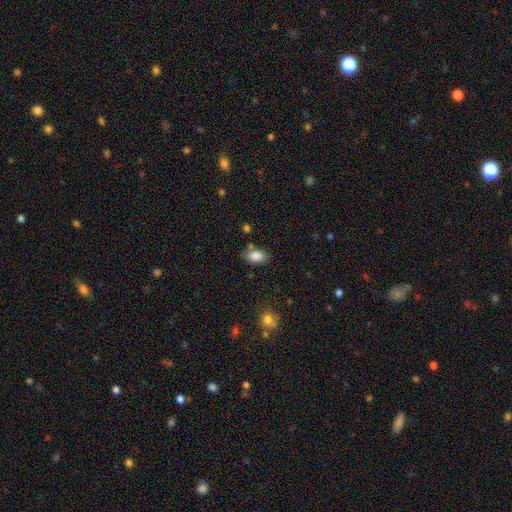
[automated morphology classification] Smooth or featured? smooth (86%)
How rounded? in between (89%)
Merging? none (76%)